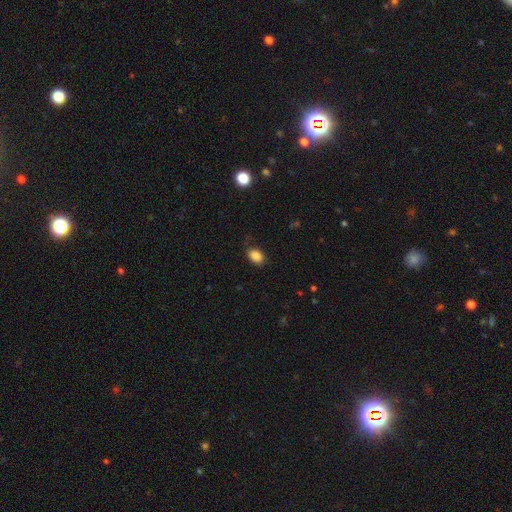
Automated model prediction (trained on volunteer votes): Smooth or featured? smooth (86%)
How rounded? in between (79%)
Merging? none (80%)